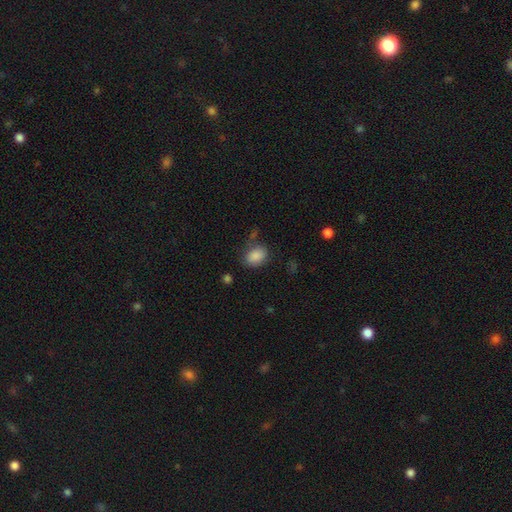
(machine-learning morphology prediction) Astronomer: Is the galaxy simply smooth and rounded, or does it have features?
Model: smooth — 87%.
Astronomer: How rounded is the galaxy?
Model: in between — 73%.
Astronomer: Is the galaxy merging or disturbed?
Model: none — 71%.